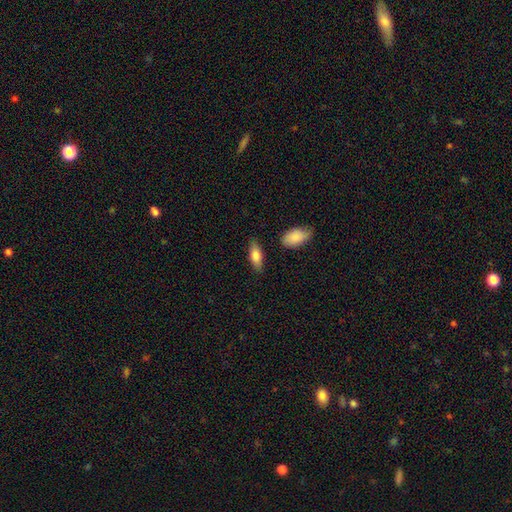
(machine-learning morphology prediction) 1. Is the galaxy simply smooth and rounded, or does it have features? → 78% smooth, 16% featured or disk, 6% star or artifact.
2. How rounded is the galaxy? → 79% in between, 18% cigar-shaped, 3% round.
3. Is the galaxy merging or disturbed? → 83% none, 11% minor disturbance, 3% merger, 2% major disturbance.